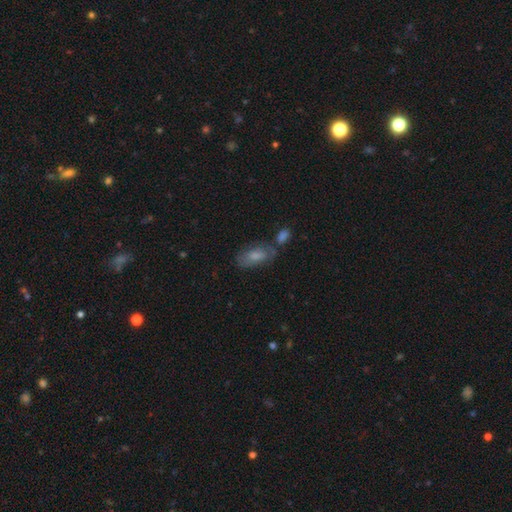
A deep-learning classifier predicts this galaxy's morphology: Smooth or featured? Predicted: smooth (p=0.69). How rounded? Predicted: in between (p=0.87). Merging? Predicted: none (p=0.58).